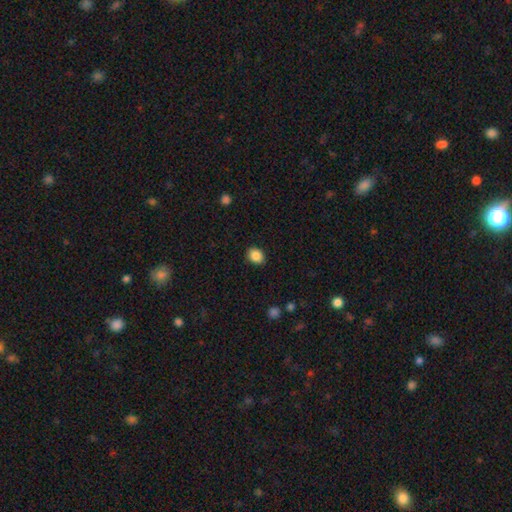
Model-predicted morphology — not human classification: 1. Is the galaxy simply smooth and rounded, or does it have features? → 87% smooth, 9% star or artifact, 4% featured or disk.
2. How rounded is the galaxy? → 51% in between, 48% round, 1% cigar-shaped.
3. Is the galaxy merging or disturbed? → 88% none, 8% minor disturbance, 2% major disturbance, 1% merger.